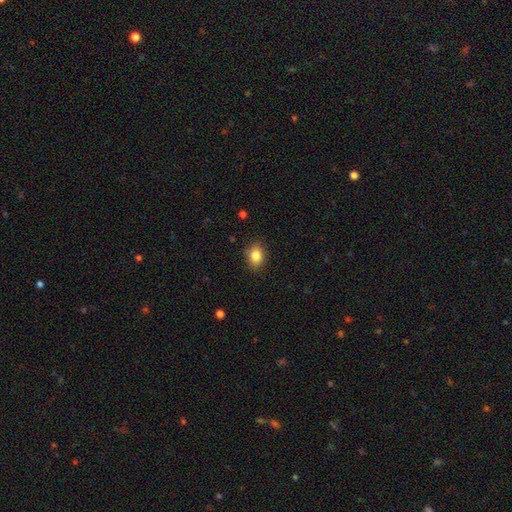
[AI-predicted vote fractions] smooth 84%, star or artifact 9%, featured or disk 7%. Down the decision tree: how rounded — in between (71%); merging — none (84%).